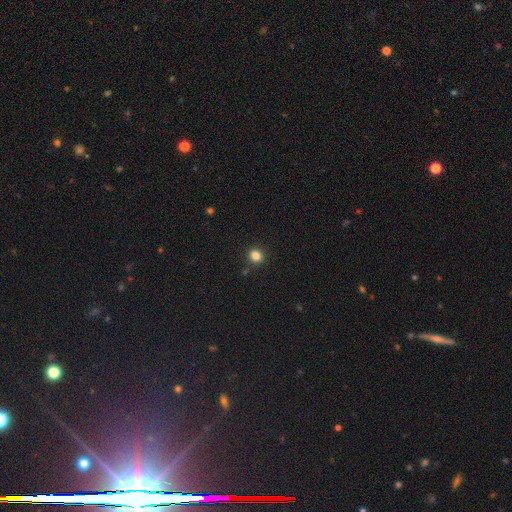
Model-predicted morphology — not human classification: Overall: smooth (83%). How rounded: round (74%). Merging: none (88%).